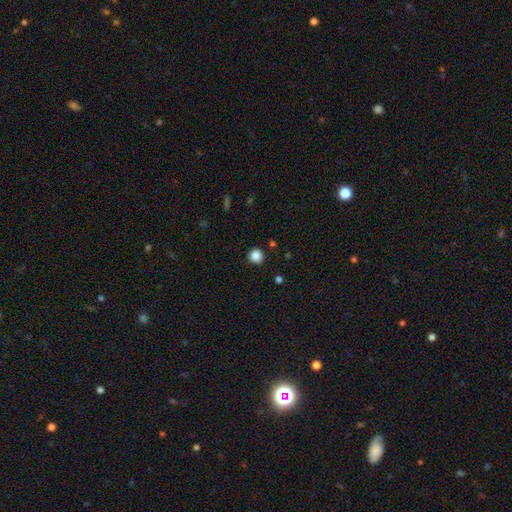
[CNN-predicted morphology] The model was most divided on "smooth or featured": smooth: 85%, star or artifact: 11%, featured or disk: 4%. More confident: how rounded — round (95%); merging — none (91%).